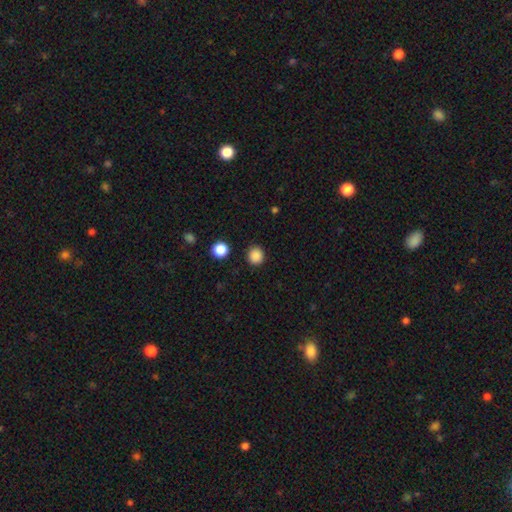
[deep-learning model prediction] A smooth galaxy with no disk features (86%) that is round (91%). Merging: none (91%).